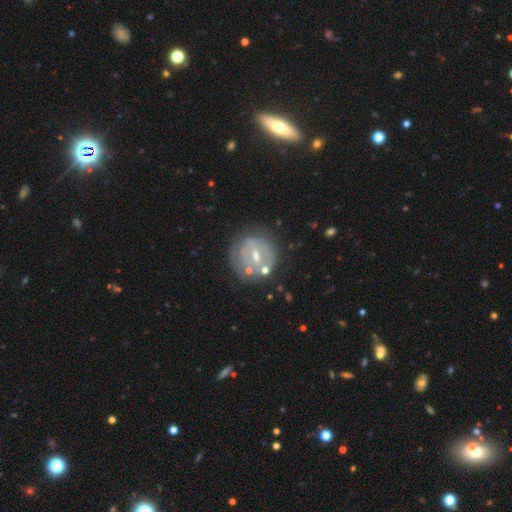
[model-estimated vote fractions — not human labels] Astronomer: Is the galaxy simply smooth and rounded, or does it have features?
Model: featured or disk — 68%.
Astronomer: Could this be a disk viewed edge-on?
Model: no — 96%.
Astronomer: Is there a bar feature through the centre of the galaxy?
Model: weak — 45% (runner-up: no, 30%).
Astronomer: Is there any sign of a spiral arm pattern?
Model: yes — 51% (runner-up: no, 49%).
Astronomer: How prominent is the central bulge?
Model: moderate — 50% (runner-up: small, 43%).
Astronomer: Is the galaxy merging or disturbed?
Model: none — 70%.